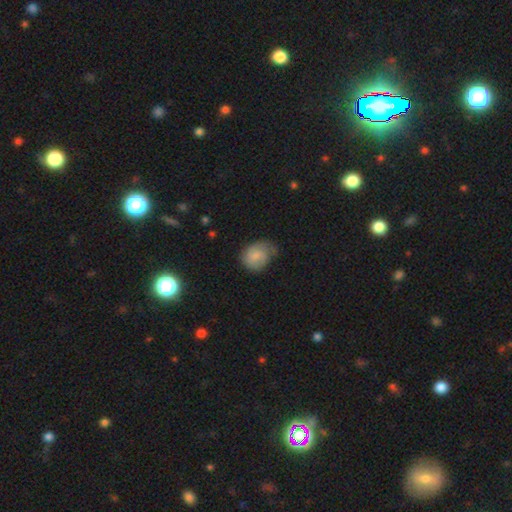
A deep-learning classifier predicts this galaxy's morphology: Smooth or featured: smooth — 62% (featured or disk — 31%)
How rounded: round — 50% (in between — 49%)
Merging: none — 50% (minor disturbance — 34%)